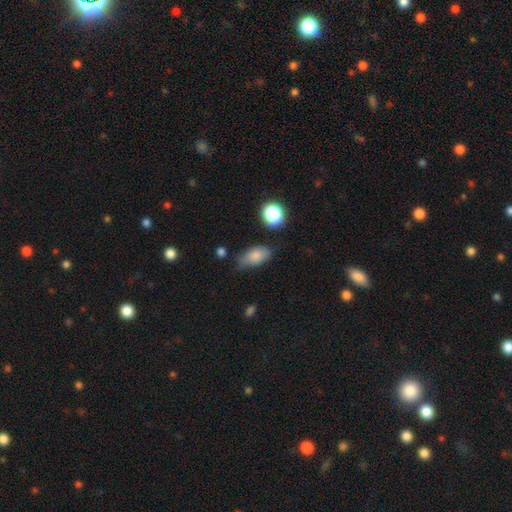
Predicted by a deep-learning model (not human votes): A smooth galaxy with no disk features (80%) that is in between round and cigar-shaped (88%). Merging: none (59%).